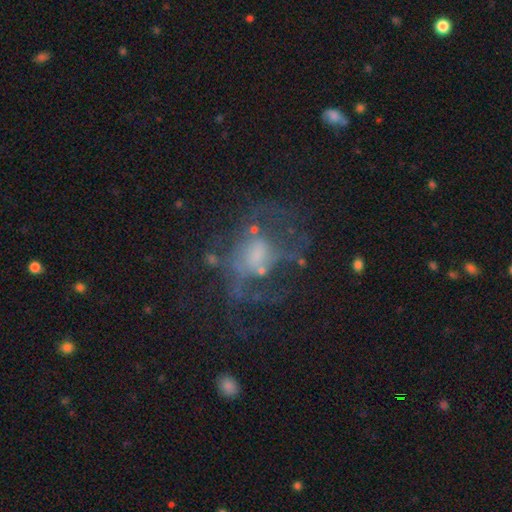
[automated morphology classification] The model was most divided on "merging": none: 40%, major disturbance: 38%, minor disturbance: 17%, merger: 5%. Remaining: edge-on disk — no (97%); bar — no (71%); smooth or featured — featured or disk (62%); spiral arms — no (55%); bulge size — moderate (35%).